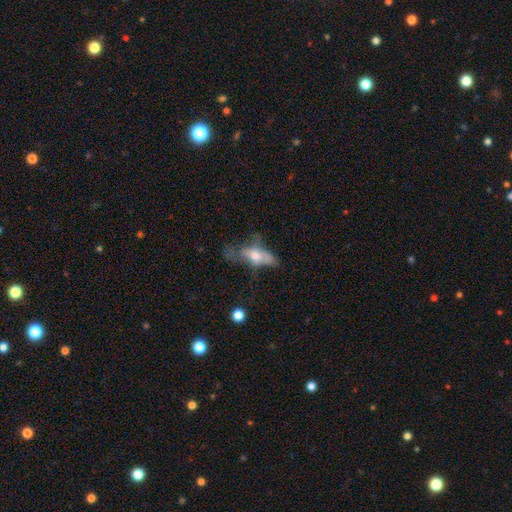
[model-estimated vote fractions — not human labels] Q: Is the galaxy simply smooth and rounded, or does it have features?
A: smooth — 53%.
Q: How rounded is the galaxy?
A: in between — 73%.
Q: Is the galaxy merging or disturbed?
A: major disturbance — 44%.